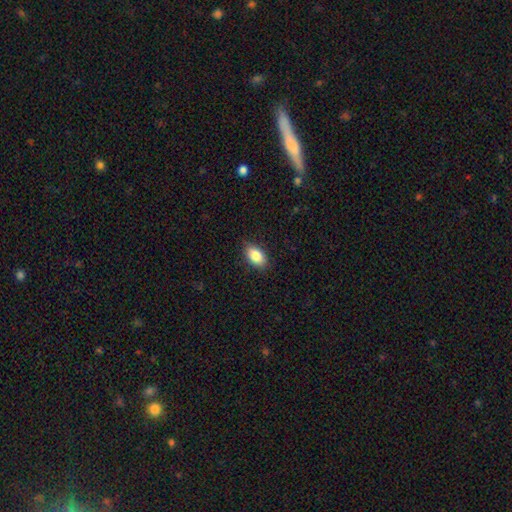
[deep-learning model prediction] This appears to be a smooth galaxy with no disk features (85%) that is in between round and cigar-shaped (90%). Merging: none (85%).